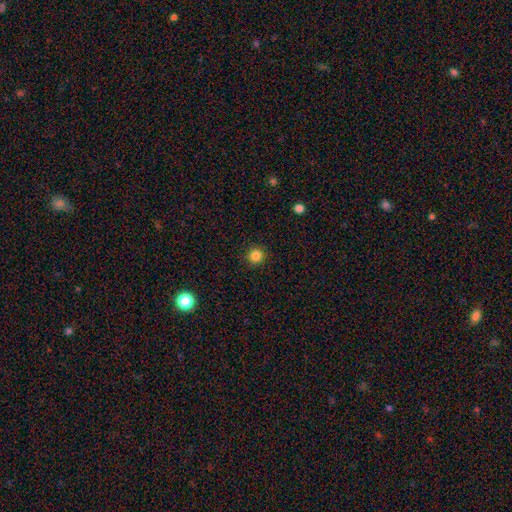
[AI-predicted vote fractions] smooth_or_featured: smooth (p=0.84) [alt: star or artifact p=0.12]
how_rounded: round (p=0.94) [alt: in between p=0.05]
merging: none (p=0.92) [alt: minor disturbance p=0.05]